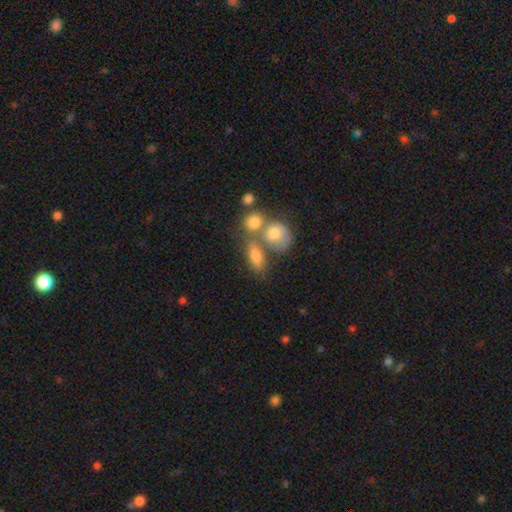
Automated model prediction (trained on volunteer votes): Smooth or featured? smooth (73%)
How rounded? in between (68%)
Merging? merger (41%)